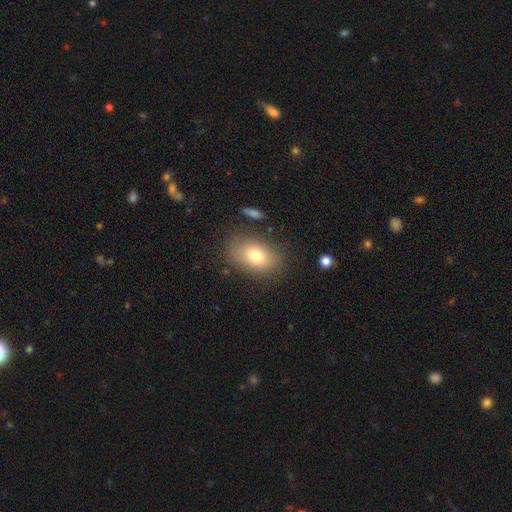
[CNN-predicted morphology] type=smooth (76%); roundness=in between (85%); merging=none (79%).